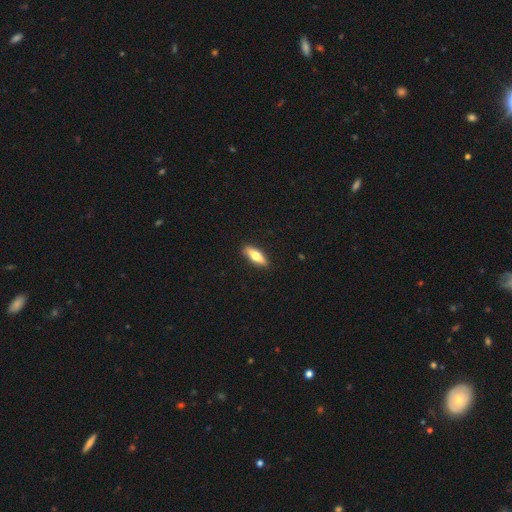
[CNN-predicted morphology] Overall: smooth (64%; featured or disk 30%). How rounded: cigar-shaped (49%, tied with in between). Merging: none (89%).